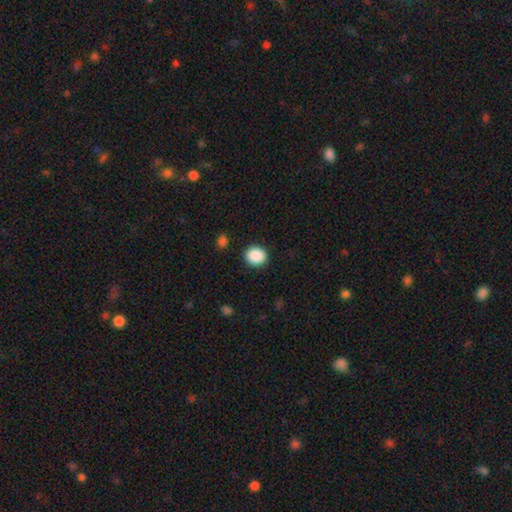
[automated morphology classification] smooth 89%, star or artifact 8%, featured or disk 3%. Down the decision tree: how rounded — round (82%); merging — none (91%).